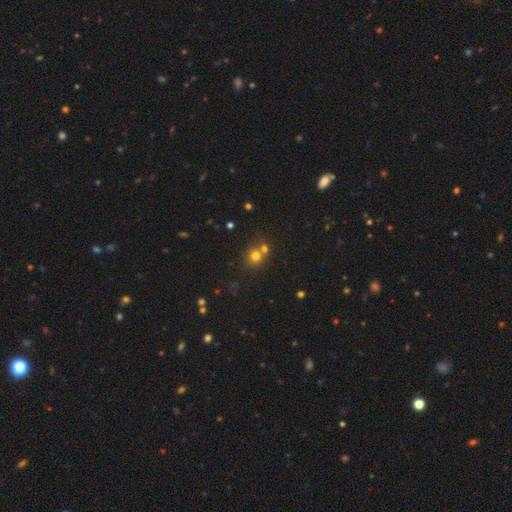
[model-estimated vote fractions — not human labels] Smooth or featured? Predicted: smooth (p=0.72). How rounded? Predicted: round (p=0.84). Merging? Predicted: none (p=0.55).